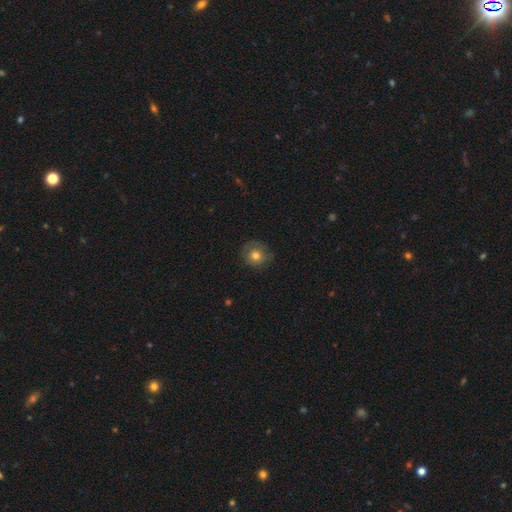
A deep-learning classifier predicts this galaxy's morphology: Smooth or featured: smooth — 72% (featured or disk — 17%)
How rounded: round — 90% (in between — 9%)
Merging: none — 80% (minor disturbance — 15%)